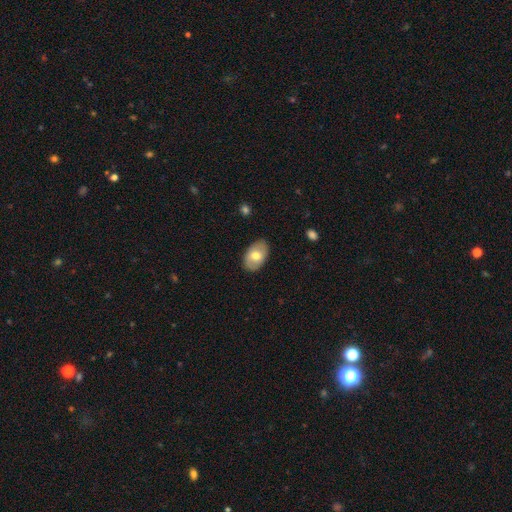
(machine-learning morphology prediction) This is likely a smooth galaxy (67%). How rounded: clearly in between (91%). Merging: clearly none (86%).